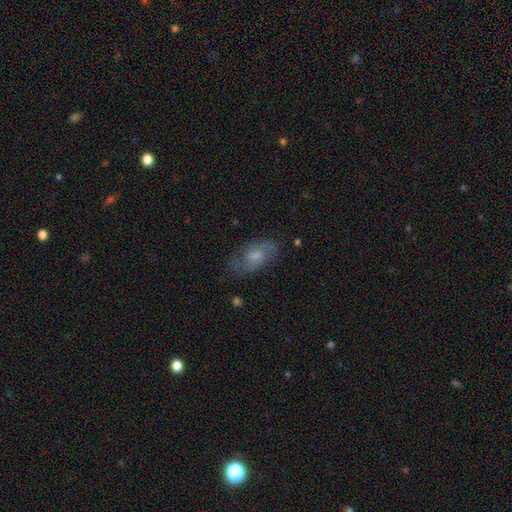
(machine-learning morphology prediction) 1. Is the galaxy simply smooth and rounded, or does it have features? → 57% featured or disk, 35% smooth, 8% star or artifact.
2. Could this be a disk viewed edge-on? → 94% no, 6% yes.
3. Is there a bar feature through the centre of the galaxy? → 54% no, 40% weak, 5% strong.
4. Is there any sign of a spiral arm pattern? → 85% yes, 15% no.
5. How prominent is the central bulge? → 45% moderate, 32% small, 12% none, 9% large, 1% dominant.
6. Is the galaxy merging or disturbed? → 70% none, 20% minor disturbance, 8% major disturbance, 1% merger.